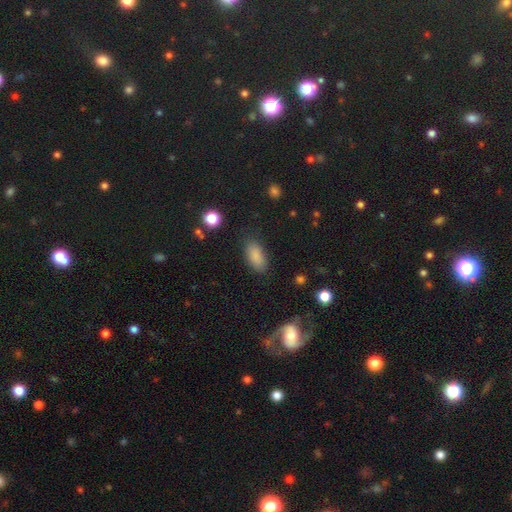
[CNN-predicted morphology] Smooth or featured? smooth (86%)
How rounded? in between (89%)
Merging? none (82%)